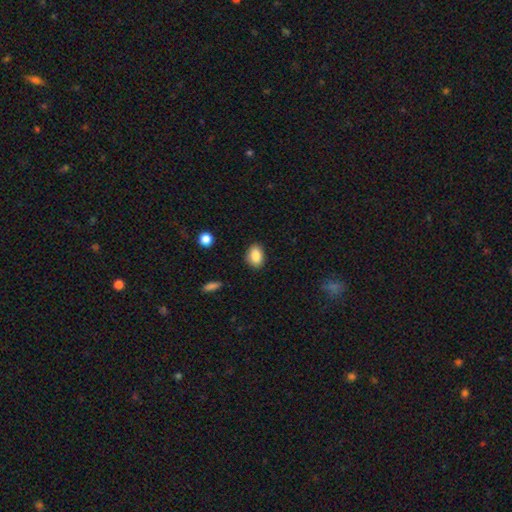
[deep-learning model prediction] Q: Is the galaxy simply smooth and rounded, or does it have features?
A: smooth — 87%.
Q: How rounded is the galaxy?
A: in between — 78%.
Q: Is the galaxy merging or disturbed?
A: none — 86%.